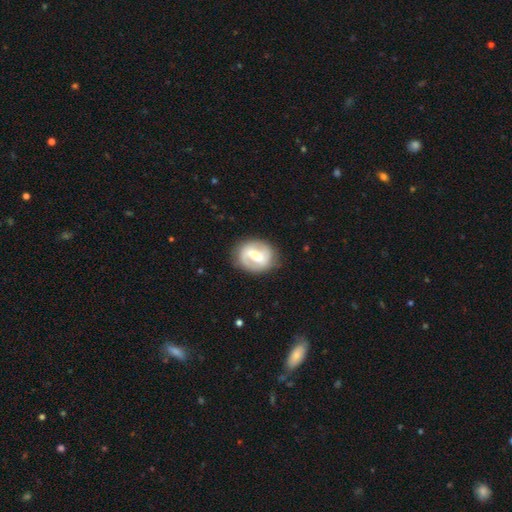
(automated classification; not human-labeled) The model was most divided on "bar": strong: 51%, weak: 37%, no: 12%. More confident: edge-on disk — no (96%); merging — none (78%); spiral arms — yes (74%); smooth or featured — featured or disk (70%); bulge size — moderate (54%).